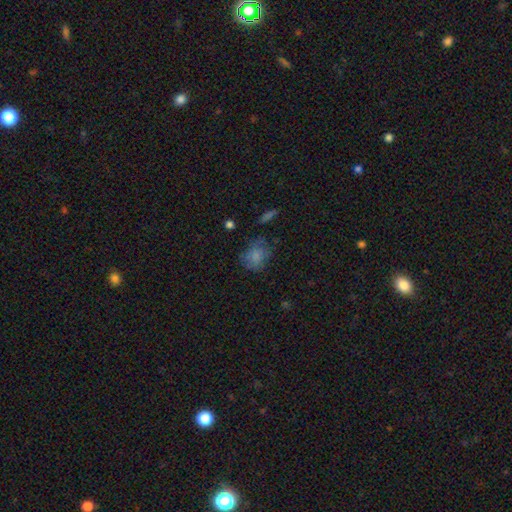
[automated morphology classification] A smooth galaxy with no disk features (76%) that is round (53%). Merging: none (57%).